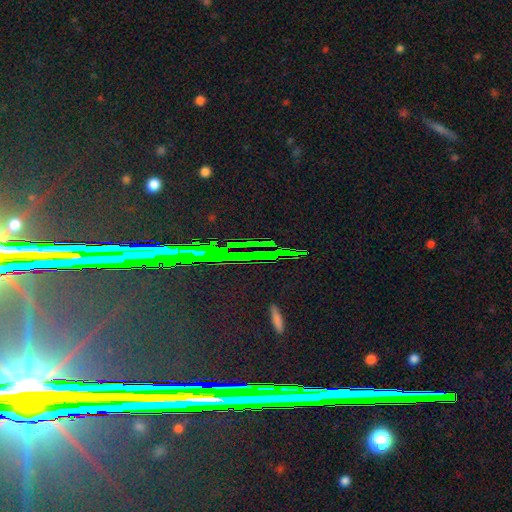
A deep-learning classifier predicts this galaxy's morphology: A star or artifact, not a galaxy (78%).

Vote fractions:
- Smooth or featured? star or artifact: 78% / featured or disk: 12% / smooth: 10%